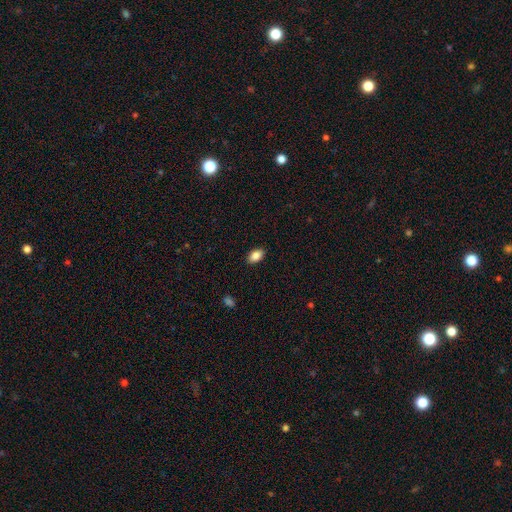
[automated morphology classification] smooth_or_featured: smooth (p=0.88) [alt: star or artifact p=0.08]
how_rounded: in between (p=0.91) [alt: round p=0.07]
merging: none (p=0.89) [alt: minor disturbance p=0.08]